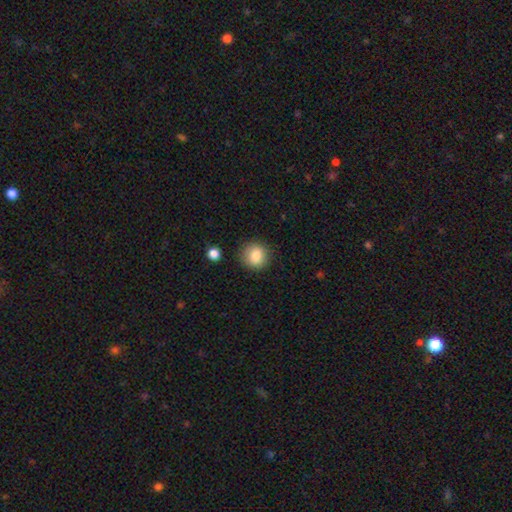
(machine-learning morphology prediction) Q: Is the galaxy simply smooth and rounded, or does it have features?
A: smooth — 85%.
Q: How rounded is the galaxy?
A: round — 88%.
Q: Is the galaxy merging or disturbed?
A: none — 86%.